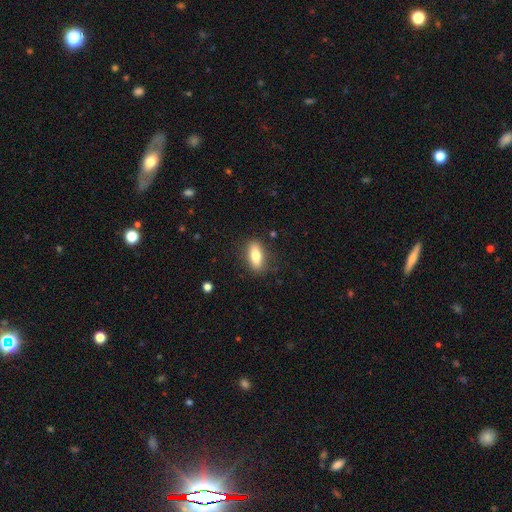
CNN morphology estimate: This is likely a smooth galaxy (76%). How rounded: likely in between (77%). Merging: clearly none (84%).